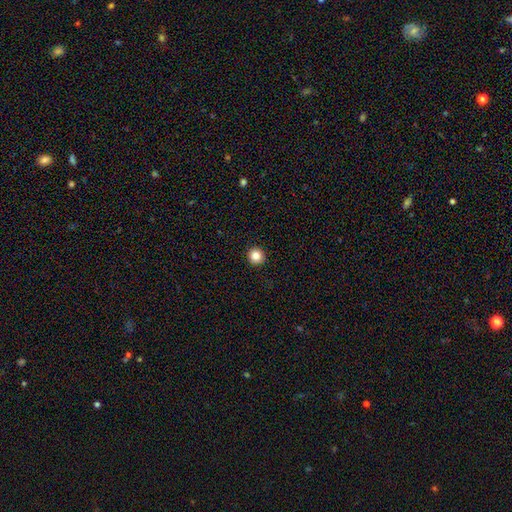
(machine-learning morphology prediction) Smooth or featured?
  - smooth: 85% *
  - star or artifact: 11%
  - featured or disk: 4%
How rounded?
  - round: 95% *
  - in between: 4%
  - cigar-shaped: 1%
Merging?
  - none: 94% *
  - minor disturbance: 4%
  - major disturbance: 1%
  - merger: 1%